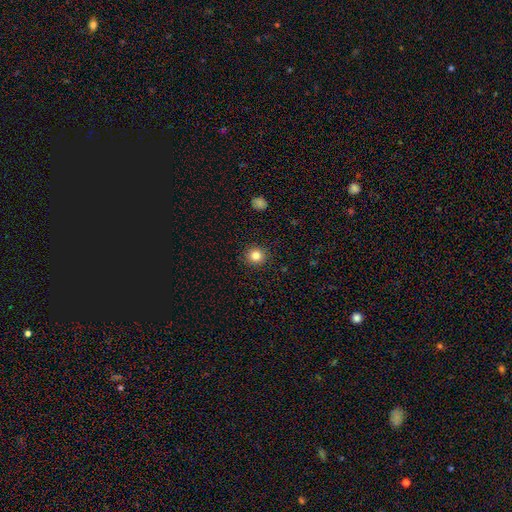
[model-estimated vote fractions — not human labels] Q: Smooth or featured?
A: smooth (83%); runner-up: star or artifact (11%)
Q: How rounded?
A: round (90%); runner-up: in between (9%)
Q: Merging?
A: none (91%); runner-up: minor disturbance (6%)